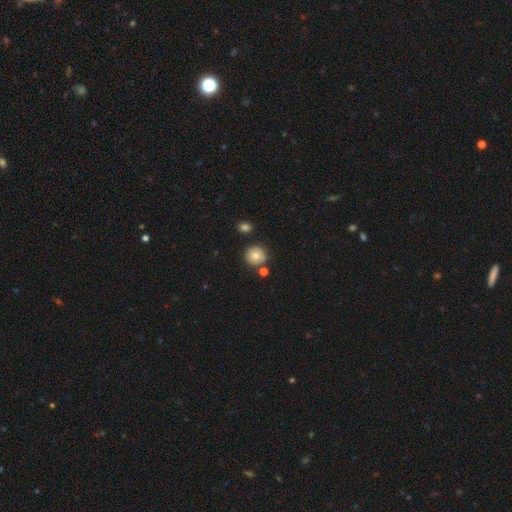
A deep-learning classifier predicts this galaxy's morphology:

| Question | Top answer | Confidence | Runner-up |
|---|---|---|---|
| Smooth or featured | smooth | 80% | star or artifact (10%) |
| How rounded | round | 91% | in between (8%) |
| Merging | none | 79% | minor disturbance (10%) |